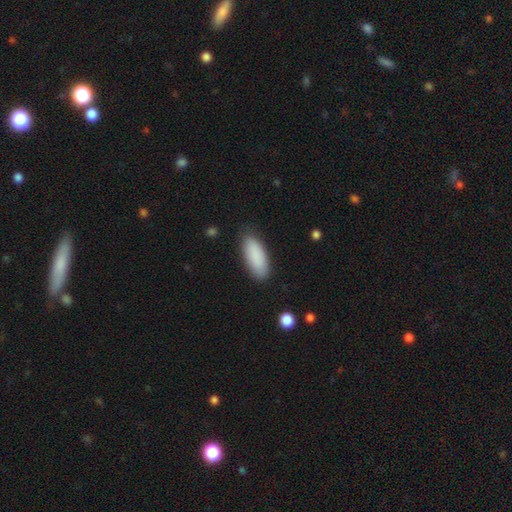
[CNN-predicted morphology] type=smooth (89%); roundness=in between (78%); merging=none (85%).